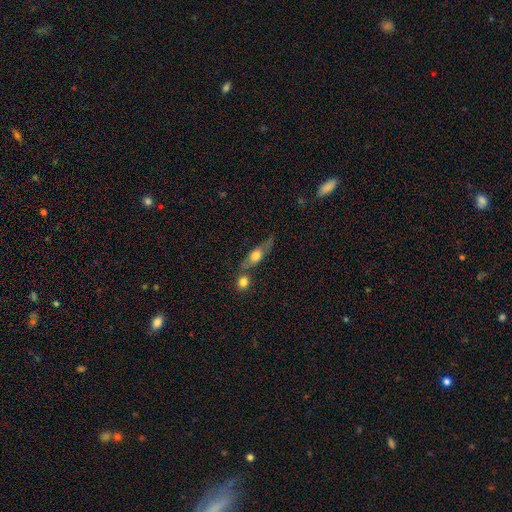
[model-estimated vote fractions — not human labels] smooth-or-featured: smooth: 49% | featured or disk: 43% | star or artifact: 8%
  merging: none: 47% | merger: 30% | minor disturbance: 16% | major disturbance: 7%